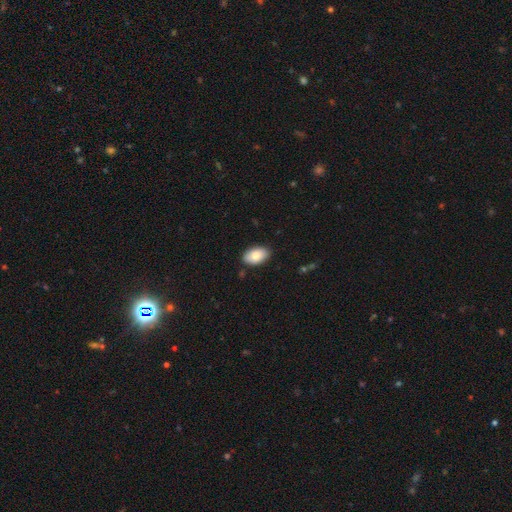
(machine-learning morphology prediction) Smooth or featured? smooth (82%)
How rounded? in between (94%)
Merging? none (86%)